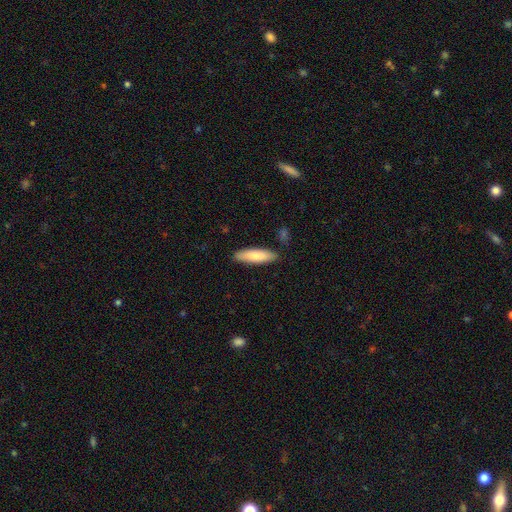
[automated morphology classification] A smooth galaxy with no disk features (81%) that is cigar-shaped (61%).

Vote fractions:
- Smooth or featured? smooth: 81% / featured or disk: 14% / star or artifact: 5%
- How rounded? cigar-shaped: 61% / in between: 38% / round: 1%
- Merging? none: 87% / minor disturbance: 10% / major disturbance: 2% / merger: 2%